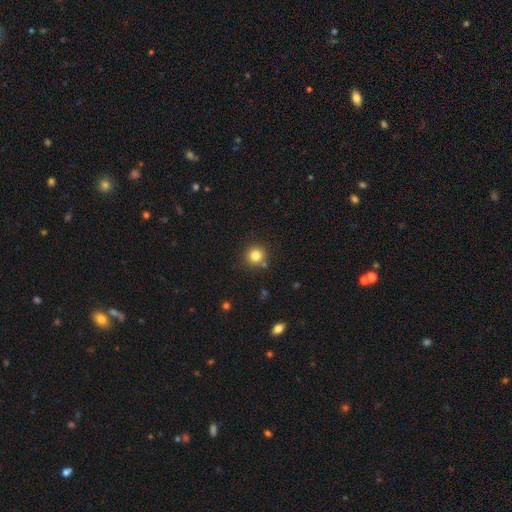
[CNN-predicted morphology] Overall: smooth (82%). How rounded: round (93%). Merging: none (84%).